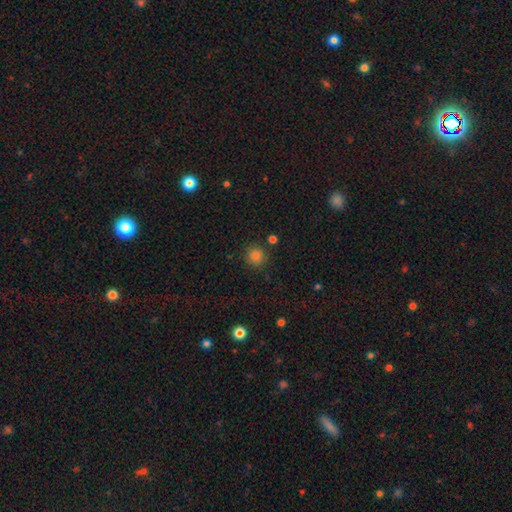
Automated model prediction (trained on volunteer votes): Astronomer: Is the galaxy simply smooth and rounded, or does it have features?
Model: smooth — 82%.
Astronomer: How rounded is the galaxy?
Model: round — 93%.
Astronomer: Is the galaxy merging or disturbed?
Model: none — 88%.